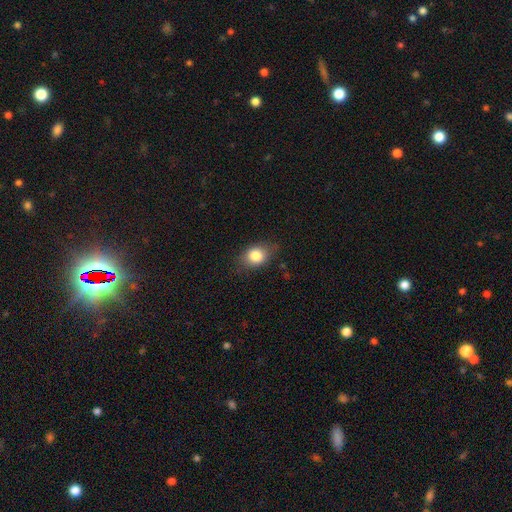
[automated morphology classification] A smooth galaxy with no disk features (82%) that is in between round and cigar-shaped (62%).

Vote fractions:
- Smooth or featured? smooth: 82% / featured or disk: 9% / star or artifact: 9%
- How rounded? in between: 62% / round: 37% / cigar-shaped: 1%
- Merging? none: 75% / minor disturbance: 19% / major disturbance: 5% / merger: 1%